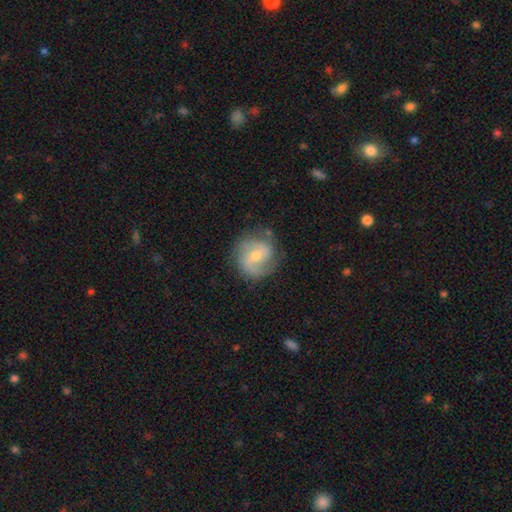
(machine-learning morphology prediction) A featured or disk galaxy (66%) with a weak bar (48%), 2 (75%) medium (44%) spiral arms (87%) and a moderate central bulge (49%).

Vote fractions:
- Smooth or featured? featured or disk: 66% / smooth: 27% / star or artifact: 7%
- Edge-on disk? no: 97% / yes: 3%
- Bar? weak: 48% / no: 37% / strong: 15%
- Spiral arms? yes: 87% / no: 13%
- Spiral winding? medium: 44% / tight: 28% / loose: 28%
- Spiral arm count? 2: 75% / can't tell: 12% / 1: 6% / 3: 4% / 4: 1% / more than 4: 1%
- Bulge size? moderate: 49% / small: 47% / large: 2% / none: 2% / dominant: 1%
- Merging? none: 76% / minor disturbance: 16% / major disturbance: 6% / merger: 2%